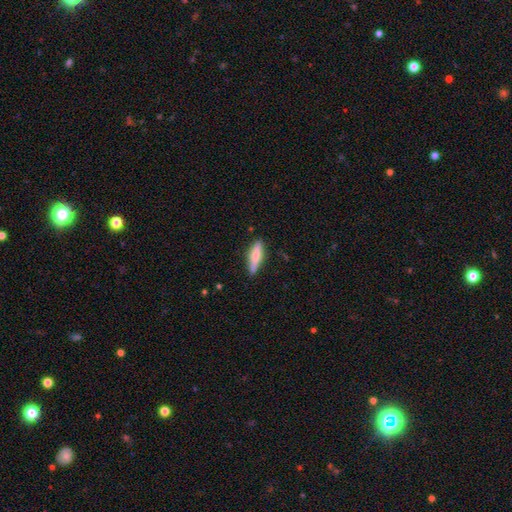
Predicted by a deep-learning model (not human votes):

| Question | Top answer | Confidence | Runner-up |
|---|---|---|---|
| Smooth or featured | smooth | 58% | featured or disk (36%) |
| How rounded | cigar-shaped | 73% | in between (25%) |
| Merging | none | 84% | minor disturbance (12%) |